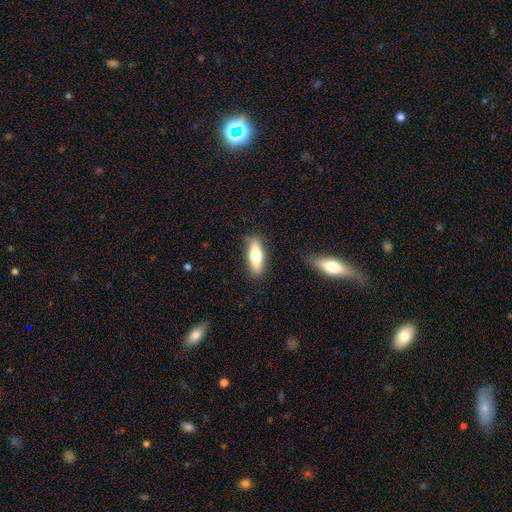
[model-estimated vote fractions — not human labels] smooth_or_featured: smooth (p=0.57) [alt: featured or disk p=0.36]
how_rounded: in between (p=0.51) [alt: cigar-shaped p=0.46]
merging: none (p=0.84) [alt: minor disturbance p=0.11]